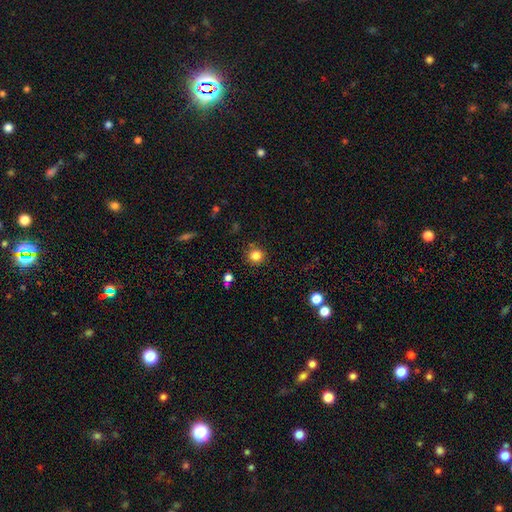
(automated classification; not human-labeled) Smooth or featured? smooth (83%)
How rounded? round (92%)
Merging? none (87%)